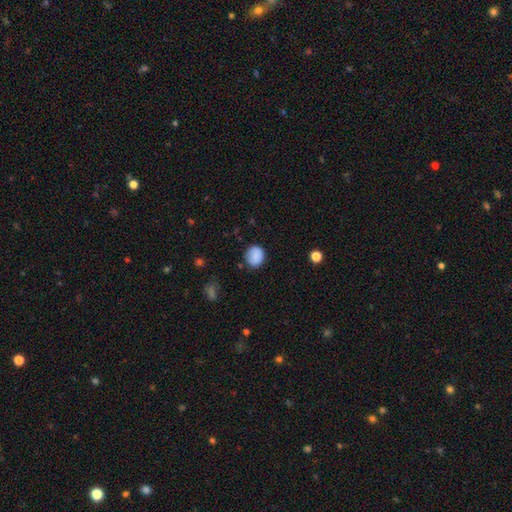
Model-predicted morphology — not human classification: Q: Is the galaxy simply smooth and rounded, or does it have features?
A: smooth — 83%.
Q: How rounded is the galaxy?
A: round — 73%.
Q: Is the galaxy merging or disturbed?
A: none — 78%.